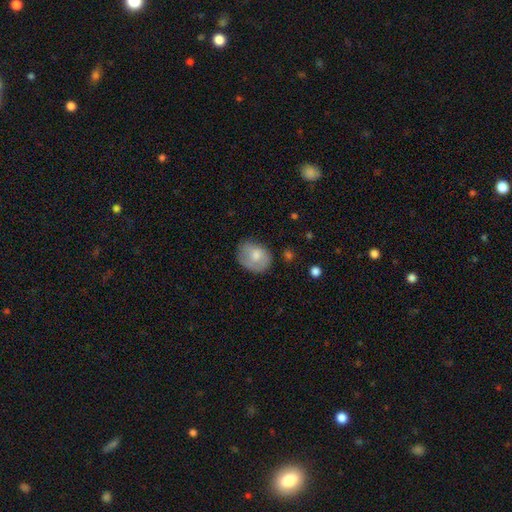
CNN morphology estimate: Smooth or featured? Predicted: smooth (p=0.70). How rounded? Predicted: in between (p=0.52). Merging? Predicted: none (p=0.58).